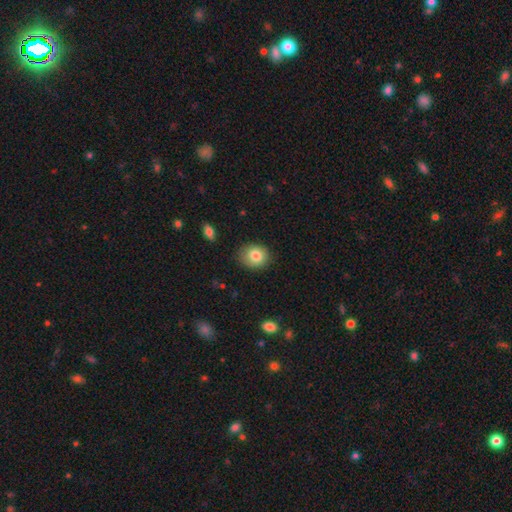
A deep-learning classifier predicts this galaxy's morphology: This appears to be a smooth galaxy with no disk features (82%) that is round (61%). Merging: none (82%).